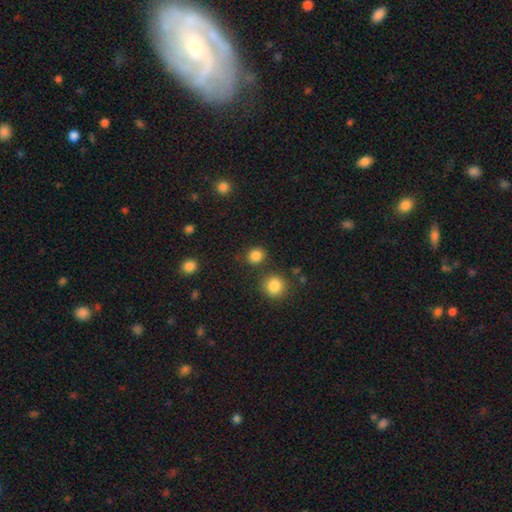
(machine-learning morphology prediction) This appears to be a smooth galaxy with no disk features (84%) that is round (83%). Merging: none (82%).